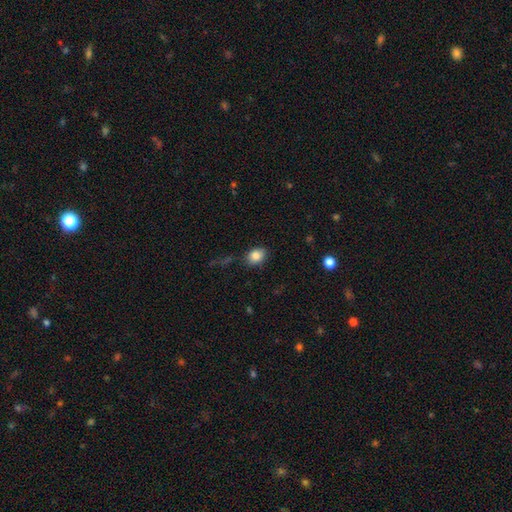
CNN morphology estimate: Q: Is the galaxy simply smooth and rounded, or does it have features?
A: smooth — 84%.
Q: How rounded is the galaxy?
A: in between — 67%.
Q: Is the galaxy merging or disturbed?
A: none — 82%.